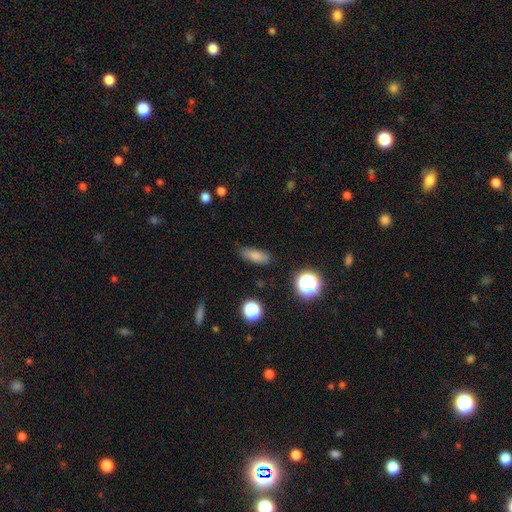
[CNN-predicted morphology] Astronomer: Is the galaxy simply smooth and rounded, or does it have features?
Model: smooth — 79%.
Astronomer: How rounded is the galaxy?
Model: in between — 67%.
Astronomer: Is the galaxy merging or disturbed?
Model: none — 82%.